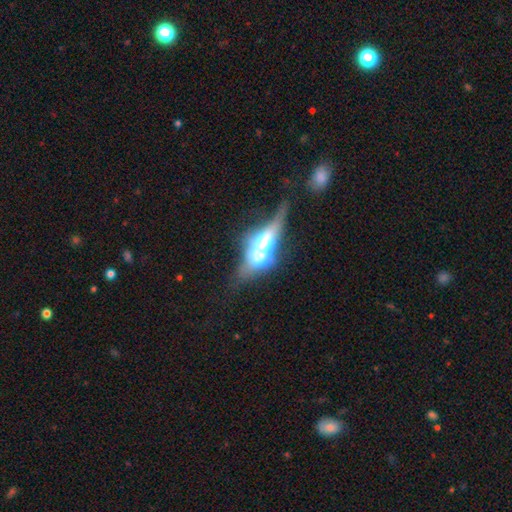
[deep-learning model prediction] Smooth or featured: featured or disk — 49% (smooth — 40%)
Merging: merger — 72% (none — 12%)